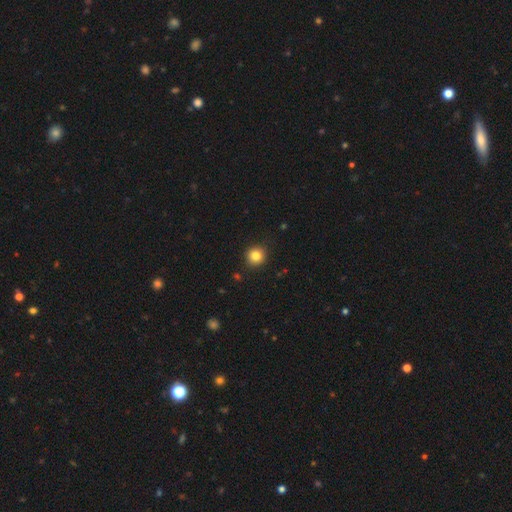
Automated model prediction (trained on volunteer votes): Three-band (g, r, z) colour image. It shows a smooth galaxy with no disk features (84%) that is round (89%). Merging: none (90%).